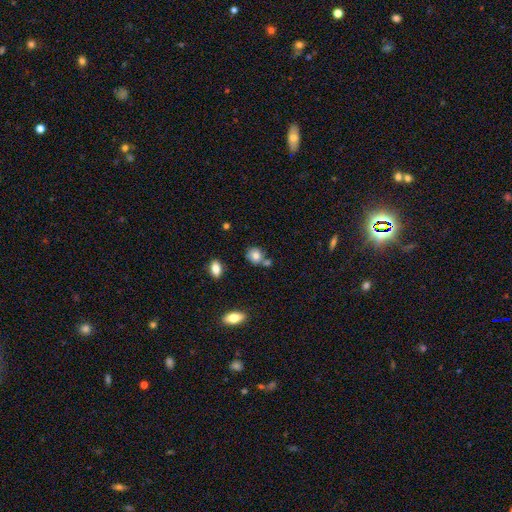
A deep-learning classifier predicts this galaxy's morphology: The model was most divided on "how rounded": round: 69%, in between: 29%, cigar-shaped: 1%. More confident: smooth or featured — smooth (79%); merging — none (61%).